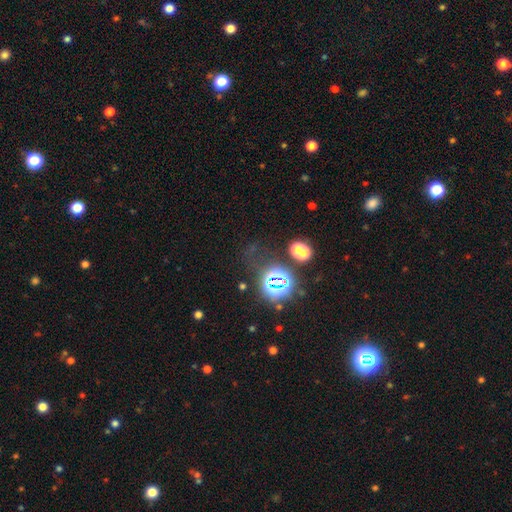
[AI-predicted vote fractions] Smooth or featured: star or artifact — 71% (smooth — 21%)